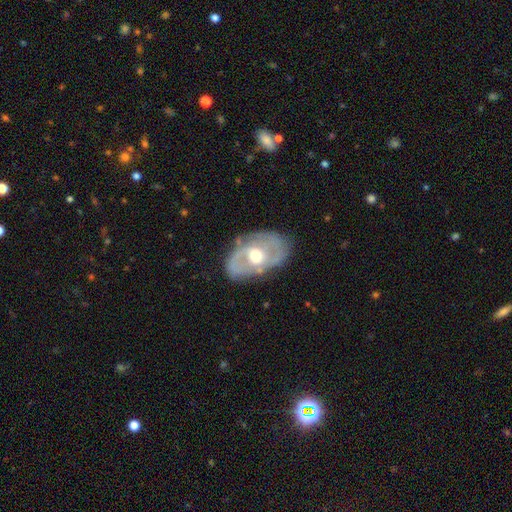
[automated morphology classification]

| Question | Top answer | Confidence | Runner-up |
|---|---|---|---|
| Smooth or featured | featured or disk | 74% | smooth (20%) |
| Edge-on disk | no | 94% | yes (6%) |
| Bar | no | 57% | weak (33%) |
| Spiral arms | yes | 71% | no (29%) |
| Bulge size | moderate | 71% | small (19%) |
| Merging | none | 75% | minor disturbance (16%) |